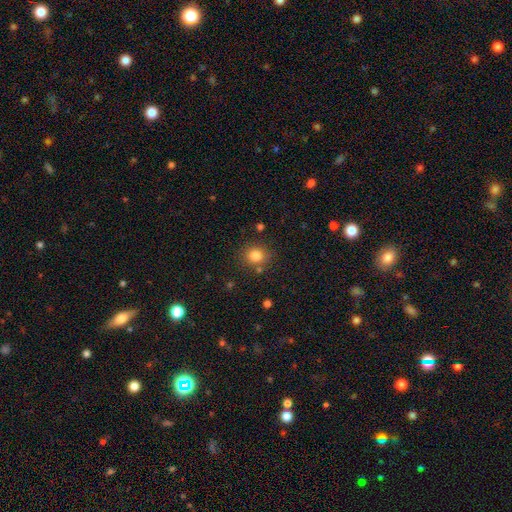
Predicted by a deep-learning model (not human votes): Smooth or featured: smooth — 81% (star or artifact — 12%)
How rounded: round — 82% (in between — 17%)
Merging: none — 83% (minor disturbance — 9%)